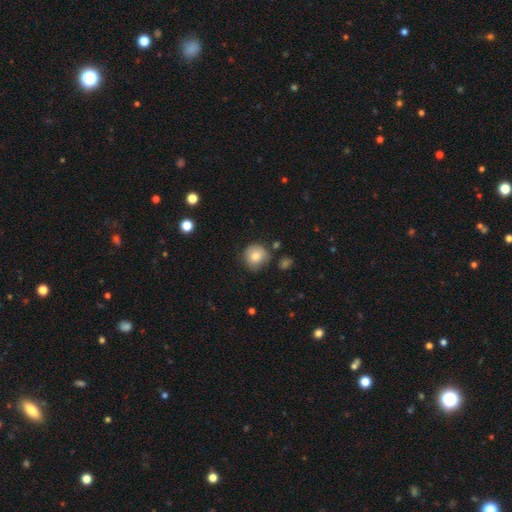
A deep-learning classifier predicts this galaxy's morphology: The model was most divided on "merging": none: 72%, minor disturbance: 20%, major disturbance: 5%, merger: 4%. More confident: how rounded — round (89%); smooth or featured — smooth (80%).